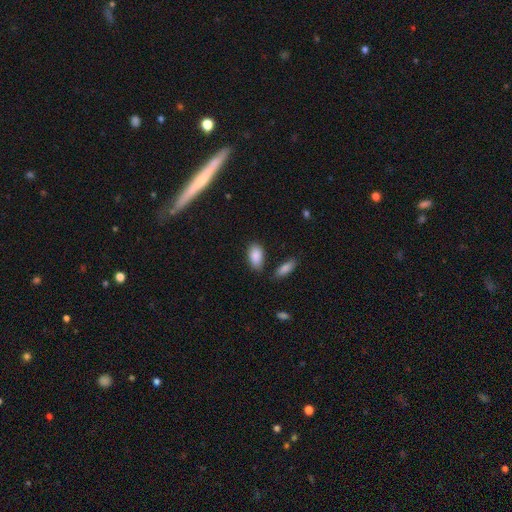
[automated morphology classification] Q: Smooth or featured?
A: smooth (88%); runner-up: star or artifact (6%)
Q: How rounded?
A: in between (93%); runner-up: round (4%)
Q: Merging?
A: none (74%); runner-up: minor disturbance (15%)